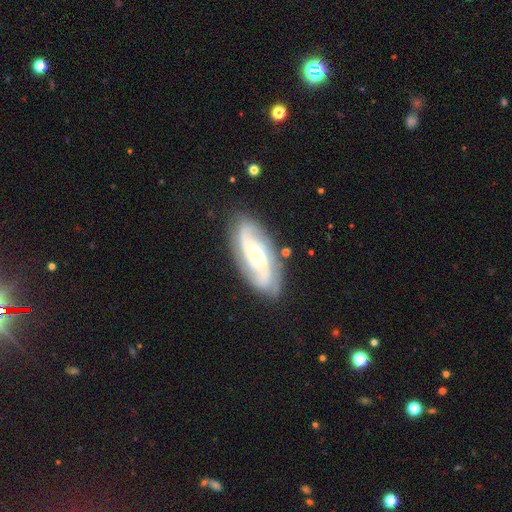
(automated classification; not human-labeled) featured or disk 84%, smooth 11%, star or artifact 5%. Down the decision tree: edge-on disk — no (93%); bar — no (43%); spiral arms — yes (96%); spiral arm count — 2 (62%); spiral winding — medium (44%); bulge size — small (48%); merging — none (82%).